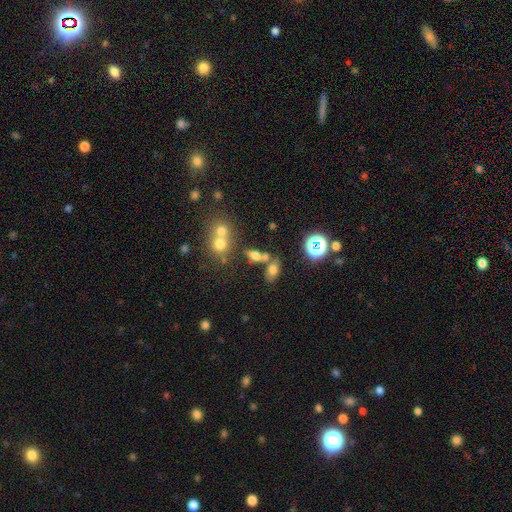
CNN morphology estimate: Smooth or featured: smooth — 62% (star or artifact — 21%)
How rounded: in between — 73% (round — 17%)
Merging: none — 47% (merger — 34%)